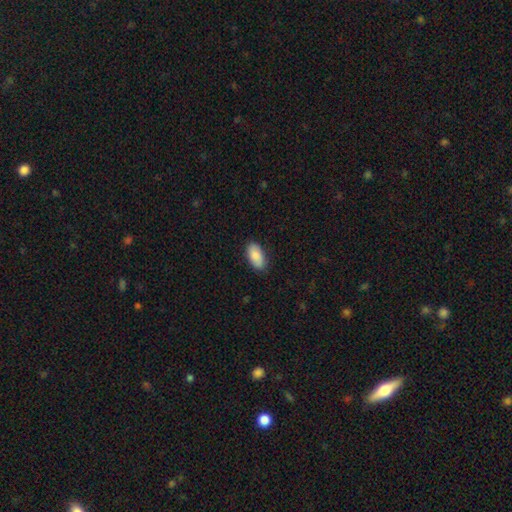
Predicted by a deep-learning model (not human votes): This is clearly a smooth galaxy (85%). How rounded: clearly in between (94%). Merging: clearly none (86%).